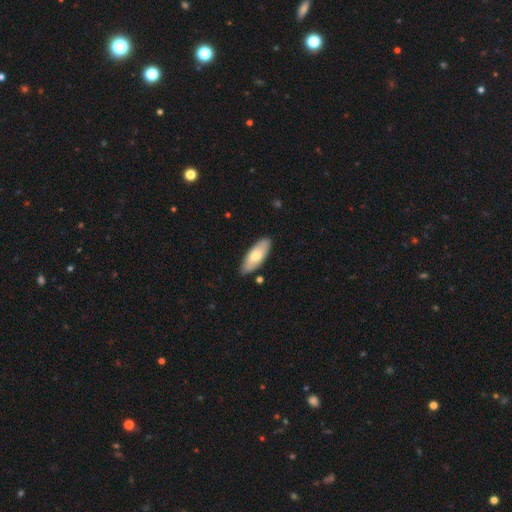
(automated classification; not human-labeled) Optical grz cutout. It shows a smooth galaxy with no disk features (66%) that is in between round and cigar-shaped (79%). Merging: none (85%).